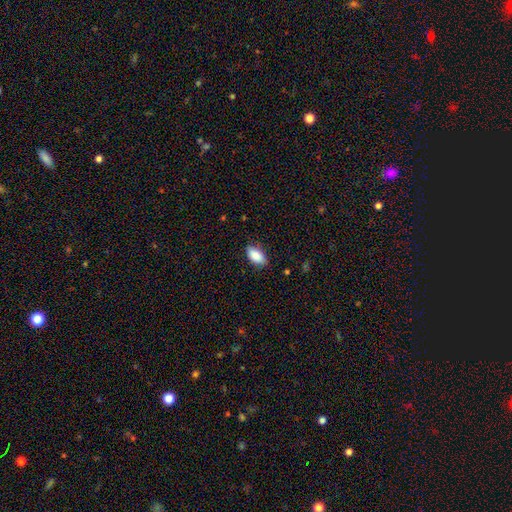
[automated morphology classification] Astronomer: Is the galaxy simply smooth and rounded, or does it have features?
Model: smooth — 87%.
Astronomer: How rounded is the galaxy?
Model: in between — 93%.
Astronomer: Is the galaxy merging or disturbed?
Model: none — 82%.